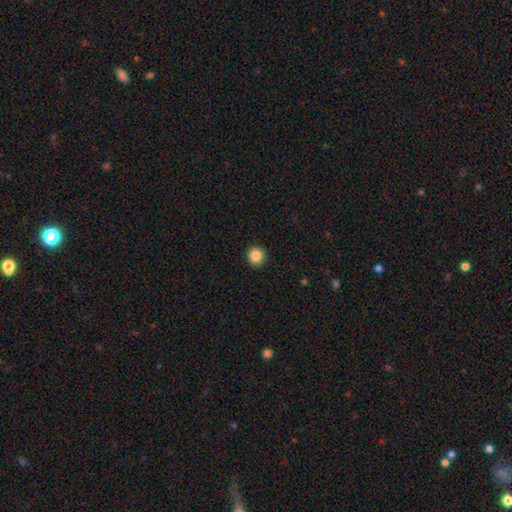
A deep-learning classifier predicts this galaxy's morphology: Smooth or featured?
  - smooth: 86% *
  - star or artifact: 10%
  - featured or disk: 4%
How rounded?
  - round: 93% *
  - in between: 6%
  - cigar-shaped: 1%
Merging?
  - none: 92% *
  - minor disturbance: 6%
  - major disturbance: 2%
  - merger: 1%